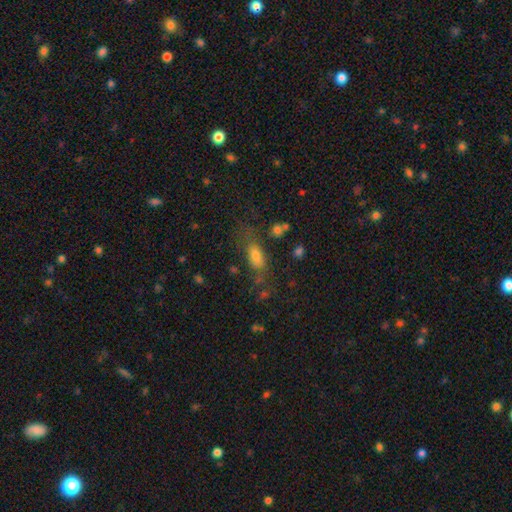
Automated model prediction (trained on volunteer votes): Smooth or featured? smooth (68%)
How rounded? in between (71%)
Merging? none (57%)